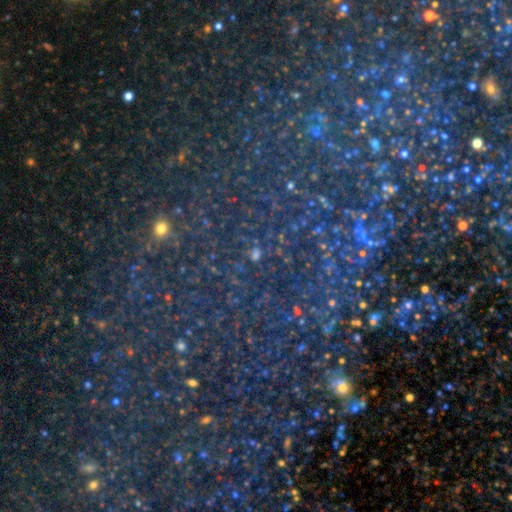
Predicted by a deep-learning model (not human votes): Morphology: type=star or artifact (80%).